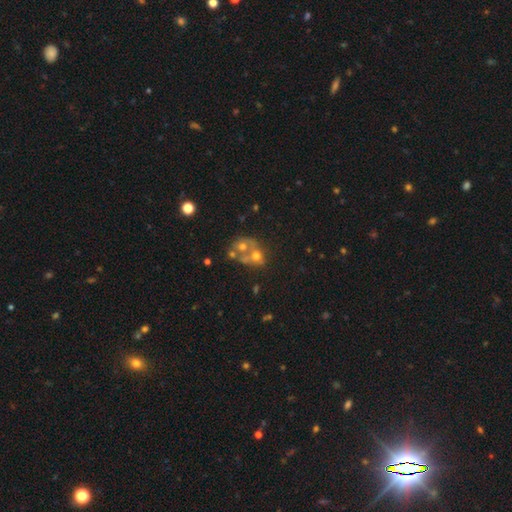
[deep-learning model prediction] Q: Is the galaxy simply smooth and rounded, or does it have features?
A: smooth — 48%.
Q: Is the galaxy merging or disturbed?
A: merger — 57%.